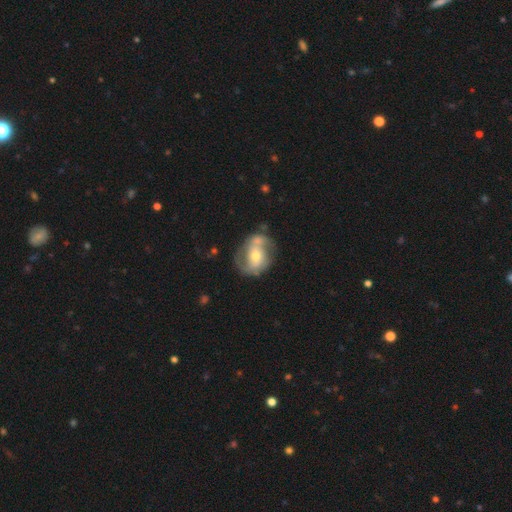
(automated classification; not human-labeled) The model was most divided on "bar": no: 50%, weak: 34%, strong: 16%. Remaining: edge-on disk — no (97%); spiral arms — yes (80%); spiral arm count — 2 (80%); smooth or featured — featured or disk (71%); bulge size — moderate (62%); merging — none (52%); spiral winding — medium (46%).